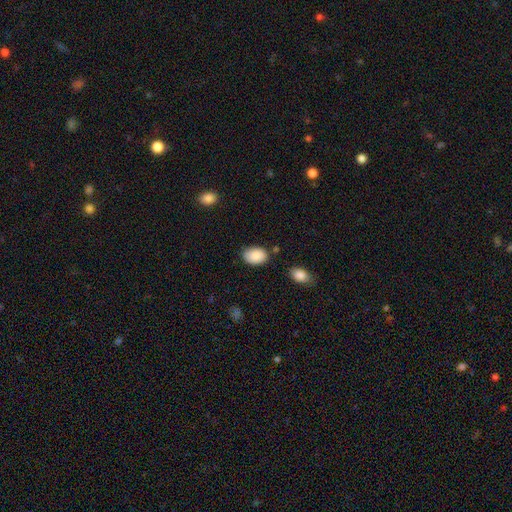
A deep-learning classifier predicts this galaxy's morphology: smooth-or-featured: smooth: 89% | star or artifact: 7% | featured or disk: 5%
  how-rounded: in between: 86% | round: 13% | cigar-shaped: 1%
  merging: none: 77% | minor disturbance: 16% | merger: 4% | major disturbance: 3%